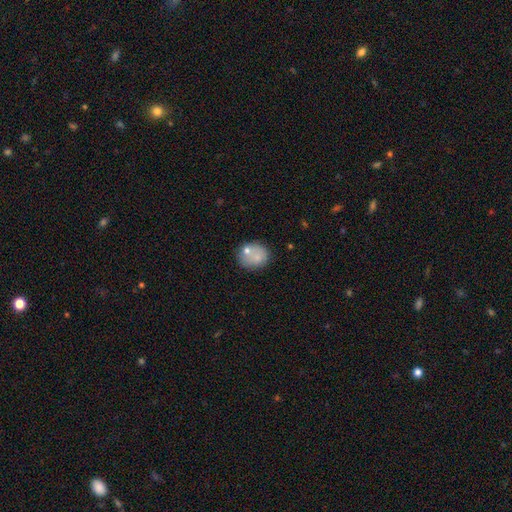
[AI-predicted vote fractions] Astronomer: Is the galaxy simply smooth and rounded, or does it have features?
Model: smooth — 71%.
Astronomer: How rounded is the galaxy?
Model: round — 73%.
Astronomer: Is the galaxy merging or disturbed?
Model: none — 58%.